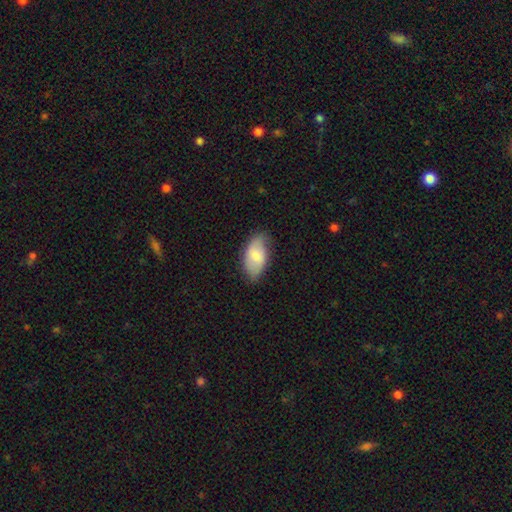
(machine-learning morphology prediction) The model was most divided on "smooth or featured": smooth: 69%, featured or disk: 25%, star or artifact: 6%. More confident: how rounded — in between (94%); merging — none (71%).